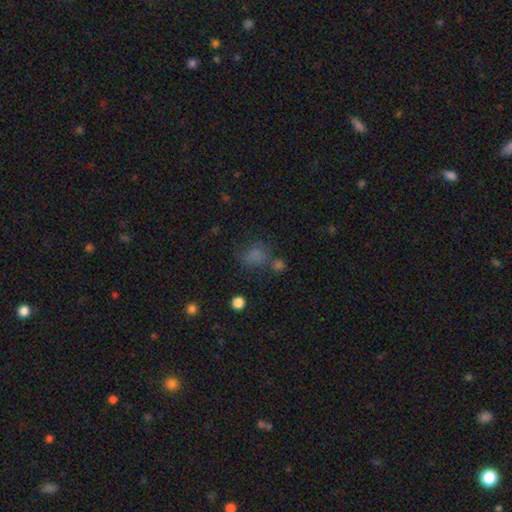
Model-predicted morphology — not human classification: smooth 71%, star or artifact 19%, featured or disk 9%. Down the decision tree: how rounded — round (57%); merging — none (52%).